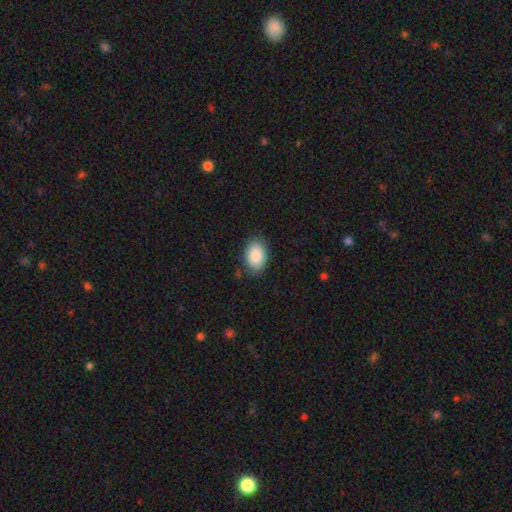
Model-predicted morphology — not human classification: The model was most divided on "merging": none: 84%, minor disturbance: 12%, major disturbance: 3%, merger: 1%. More confident: smooth or featured — smooth (88%); how rounded — in between (88%).